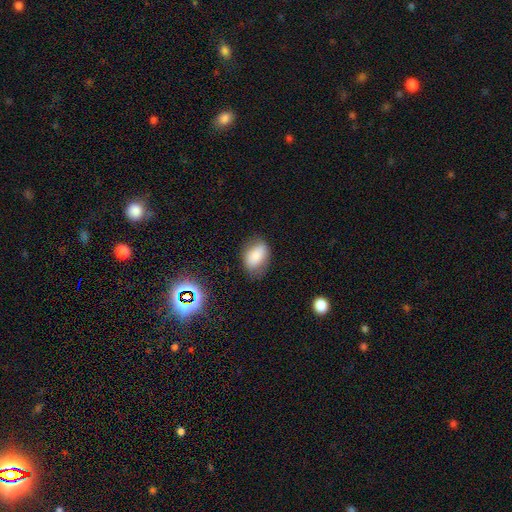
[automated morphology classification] smooth 80%, featured or disk 10%, star or artifact 9%. Down the decision tree: how rounded — in between (85%); merging — none (67%).